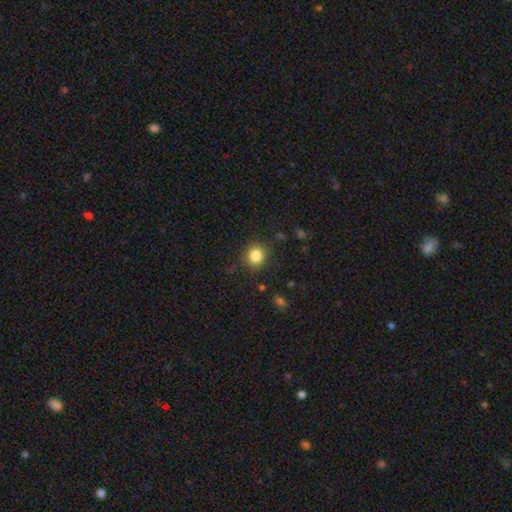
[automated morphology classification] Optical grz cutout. It shows a smooth galaxy with no disk features (84%) that is round (83%). Merging: none (86%).